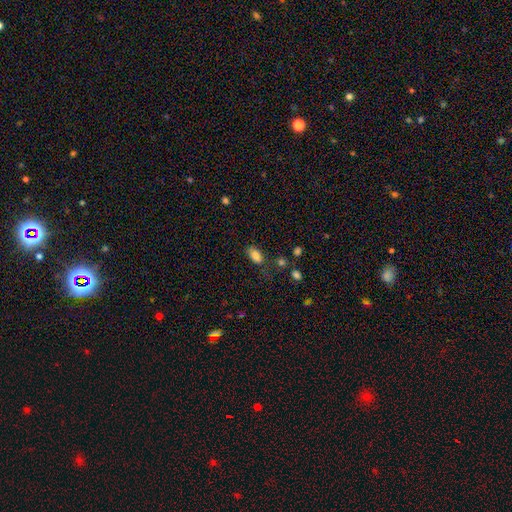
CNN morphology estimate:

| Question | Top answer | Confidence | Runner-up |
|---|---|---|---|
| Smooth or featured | smooth | 84% | star or artifact (9%) |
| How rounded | in between | 91% | round (6%) |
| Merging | none | 70% | minor disturbance (19%) |